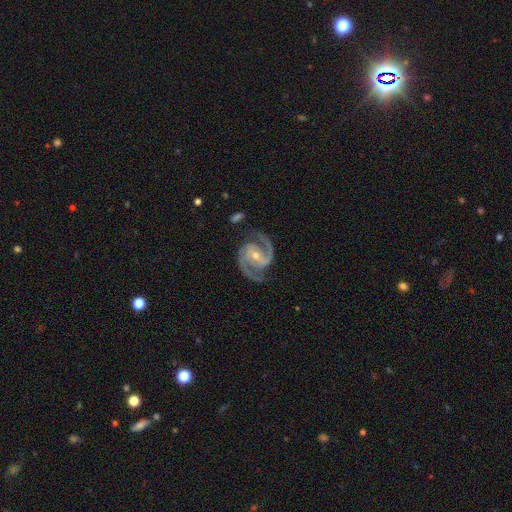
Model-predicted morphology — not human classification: smooth_or_featured: featured or disk (p=0.93) [alt: star or artifact p=0.04]
disk_edge_on: no (p=0.98) [alt: yes p=0.02]
bar: no (p=0.37) [alt: weak p=0.35]
has_spiral_arms: yes (p=0.99) [alt: no p=0.01]
spiral_winding: medium (p=0.60) [alt: tight p=0.32]
spiral_arm_count: 2 (p=0.93) [alt: 3 p=0.03]
bulge_size: small (p=0.59) [alt: moderate p=0.38]
merging: none (p=0.81) [alt: minor disturbance p=0.13]